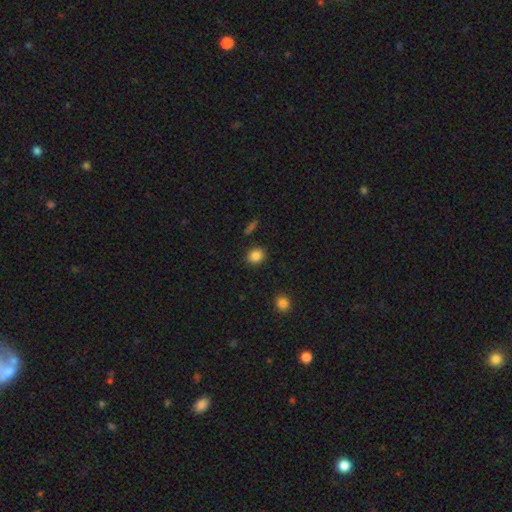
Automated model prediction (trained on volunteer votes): This is clearly a smooth galaxy (86%). How rounded: likely round (69%). Merging: clearly none (89%).